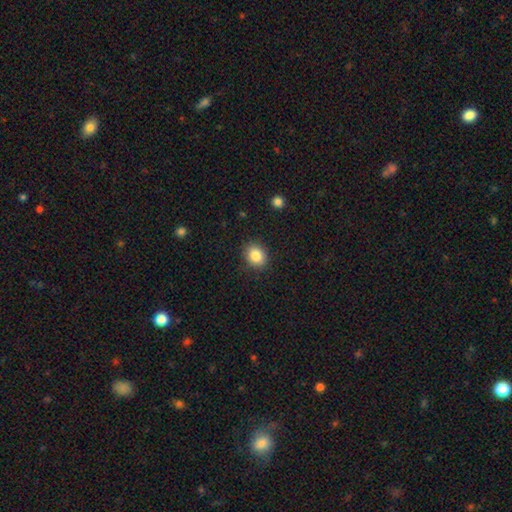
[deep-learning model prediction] Smooth or featured: smooth — 85% (star or artifact — 9%)
How rounded: round — 60% (in between — 40%)
Merging: none — 87% (minor disturbance — 9%)